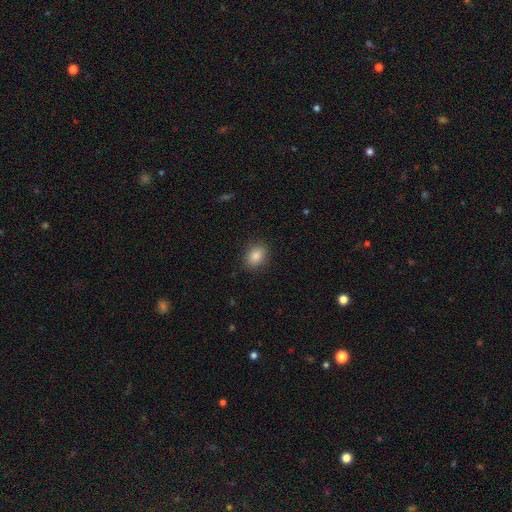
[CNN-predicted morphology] A smooth galaxy with no disk features (85%) that is in between round and cigar-shaped (61%). Merging: none (89%).